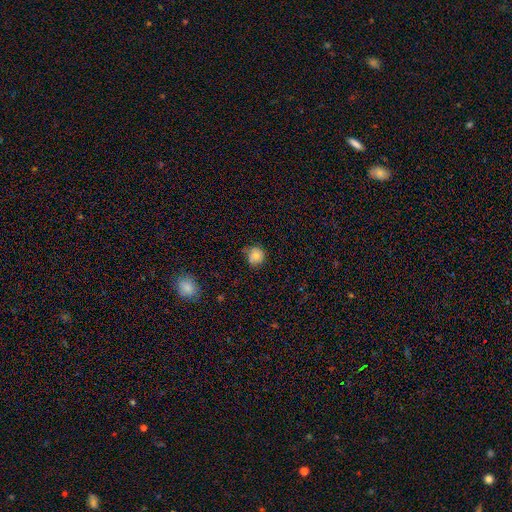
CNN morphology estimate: Smooth or featured? smooth (77%)
How rounded? round (87%)
Merging? none (67%)